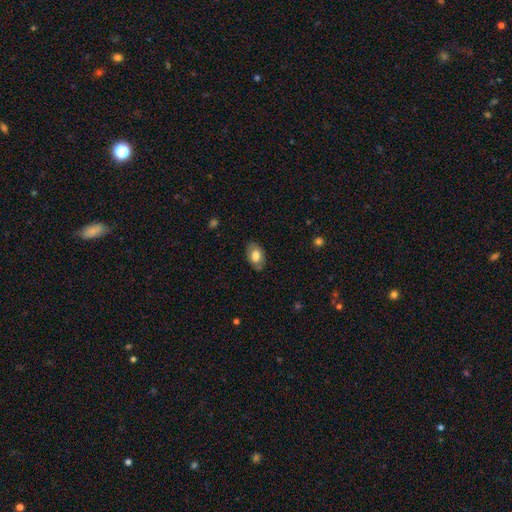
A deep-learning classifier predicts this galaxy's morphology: smooth_or_featured: smooth (p=0.72) [alt: featured or disk p=0.21]
how_rounded: in between (p=0.90) [alt: round p=0.09]
merging: none (p=0.81) [alt: minor disturbance p=0.15]